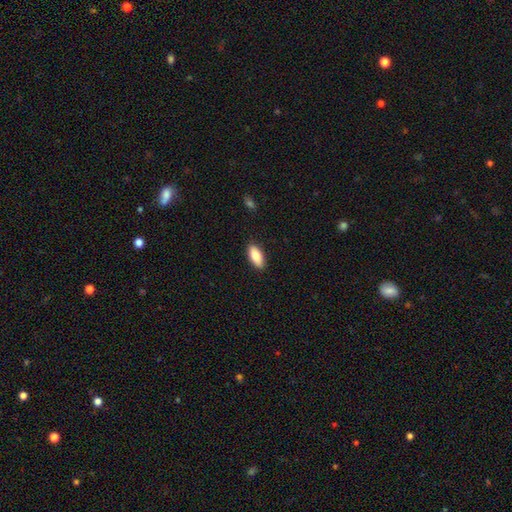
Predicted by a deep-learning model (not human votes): Smooth or featured? Predicted: smooth (p=0.87). How rounded? Predicted: in between (p=0.86). Merging? Predicted: none (p=0.88).